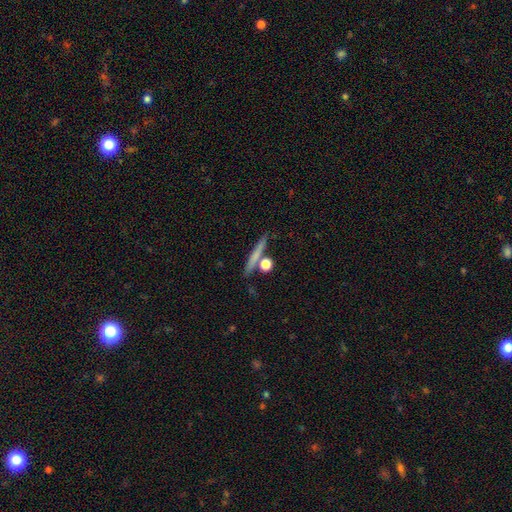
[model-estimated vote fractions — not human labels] A smooth galaxy with no disk features (63%) that is cigar-shaped (81%).

Vote fractions:
- Smooth or featured? smooth: 63% / featured or disk: 29% / star or artifact: 8%
- How rounded? cigar-shaped: 81% / round: 12% / in between: 8%
- Merging? none: 78% / merger: 10% / minor disturbance: 9% / major disturbance: 3%